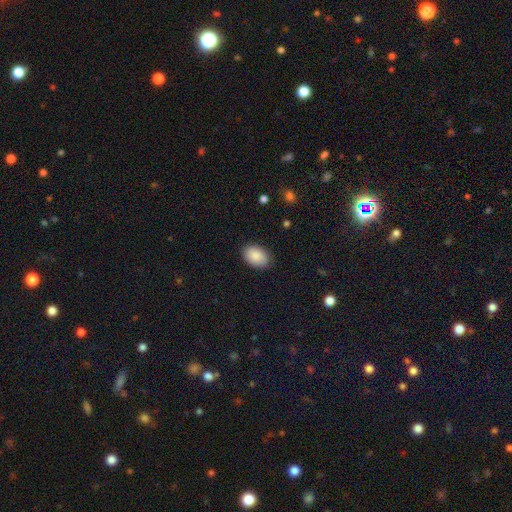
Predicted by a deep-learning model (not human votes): Q: Smooth or featured?
A: smooth (89%); runner-up: star or artifact (6%)
Q: How rounded?
A: in between (88%); runner-up: round (11%)
Q: Merging?
A: none (86%); runner-up: minor disturbance (10%)